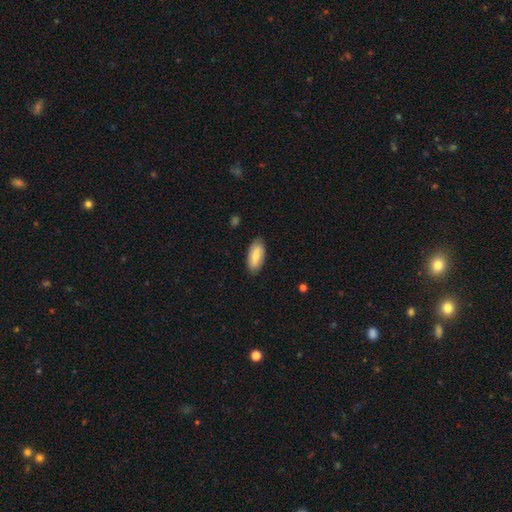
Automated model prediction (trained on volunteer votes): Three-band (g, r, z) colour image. It shows a smooth galaxy with no disk features (74%) that is in between round and cigar-shaped (86%). Merging: none (84%).